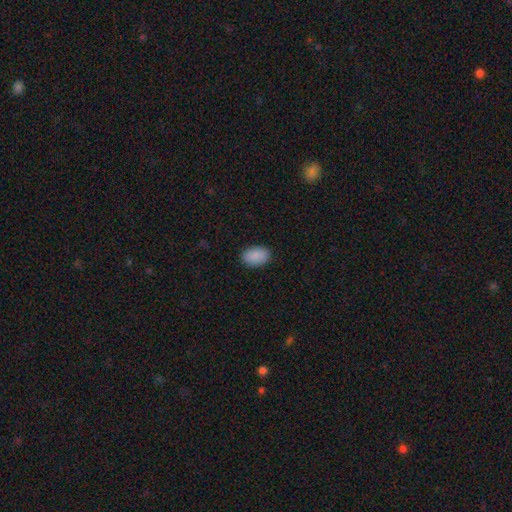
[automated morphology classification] The model was most divided on "how rounded": in between: 88%, round: 11%, cigar-shaped: 1%. More confident: smooth or featured — smooth (90%); merging — none (89%).